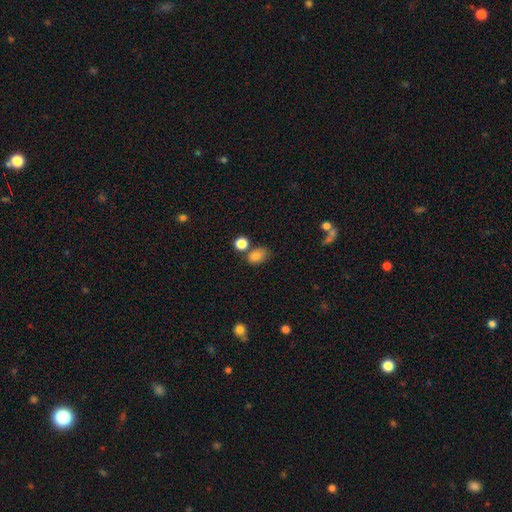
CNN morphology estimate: Smooth or featured: smooth — 82% (star or artifact — 11%)
How rounded: in between — 67% (round — 32%)
Merging: none — 56% (merger — 20%)